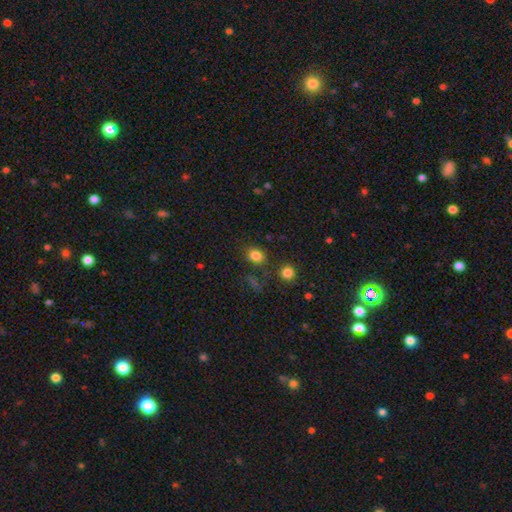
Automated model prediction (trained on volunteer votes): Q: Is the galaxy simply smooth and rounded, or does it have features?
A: smooth — 82%.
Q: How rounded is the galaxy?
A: in between — 57%.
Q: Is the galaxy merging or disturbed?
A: none — 75%.